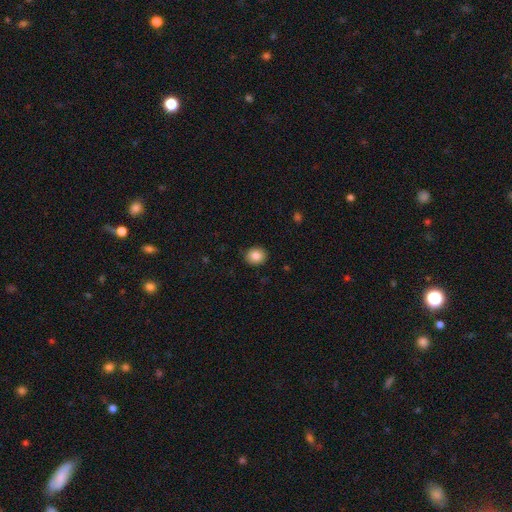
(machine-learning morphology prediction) A smooth galaxy with no disk features (86%) that is round (71%). Merging: none (90%).